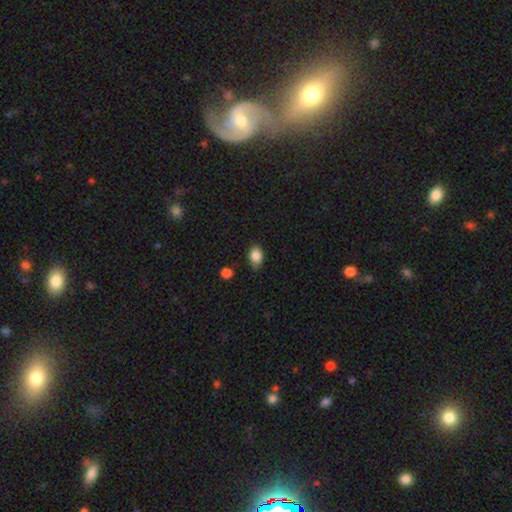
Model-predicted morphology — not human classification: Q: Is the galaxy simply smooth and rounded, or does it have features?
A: smooth — 85%.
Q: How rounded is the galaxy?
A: in between — 70%.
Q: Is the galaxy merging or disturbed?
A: none — 72%.